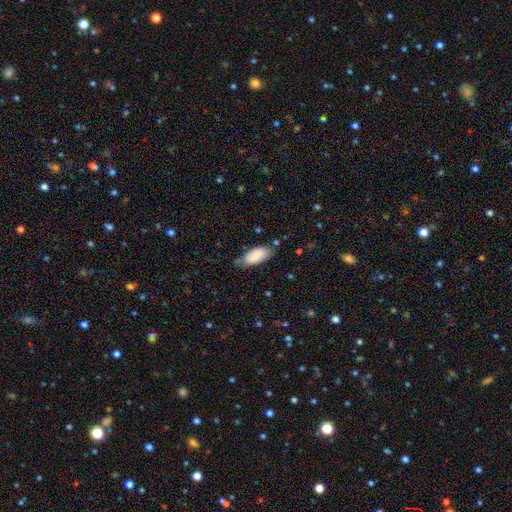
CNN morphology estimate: This is clearly a smooth galaxy (87%). How rounded: clearly in between (90%). Merging: likely none (64%).